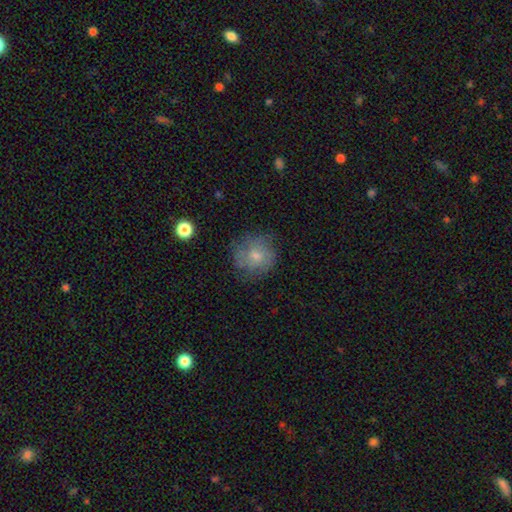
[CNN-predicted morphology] smooth 58%, featured or disk 31%, star or artifact 11%. Down the decision tree: how rounded — round (86%); merging — none (72%).